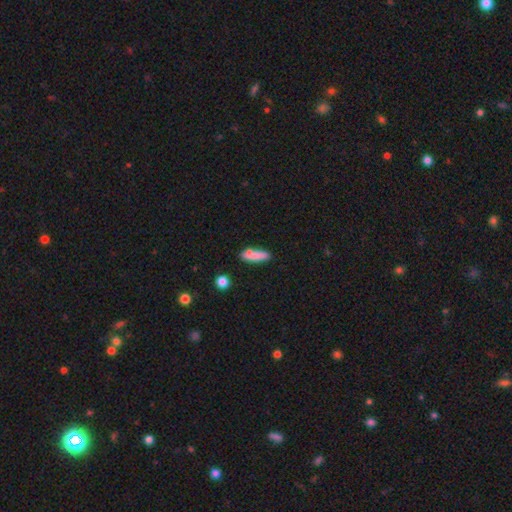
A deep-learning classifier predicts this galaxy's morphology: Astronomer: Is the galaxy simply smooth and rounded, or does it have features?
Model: smooth — 80%.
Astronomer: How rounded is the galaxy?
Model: cigar-shaped — 61% (runner-up: in between, 37%).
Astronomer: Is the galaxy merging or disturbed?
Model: none — 71%.